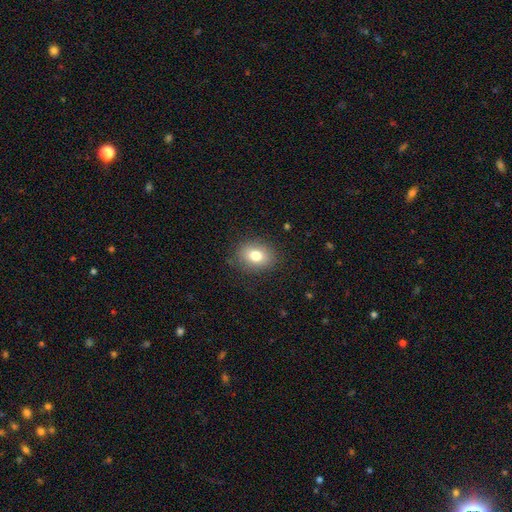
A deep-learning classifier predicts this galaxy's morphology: Smooth or featured: smooth — 79% (featured or disk — 11%)
How rounded: in between — 53% (round — 46%)
Merging: none — 85% (minor disturbance — 10%)